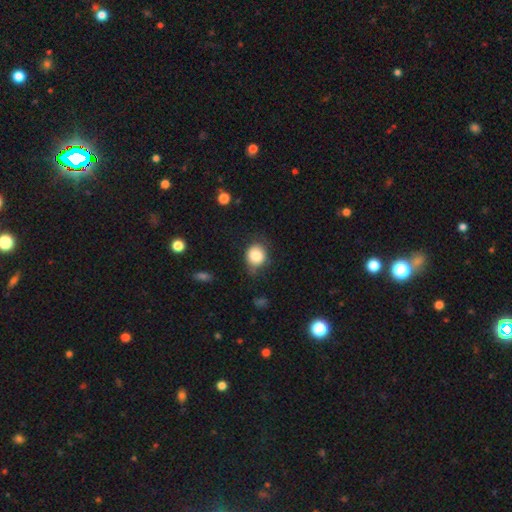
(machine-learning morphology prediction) This appears to be a smooth galaxy with no disk features (83%) that is round (73%). Merging: none (65%).